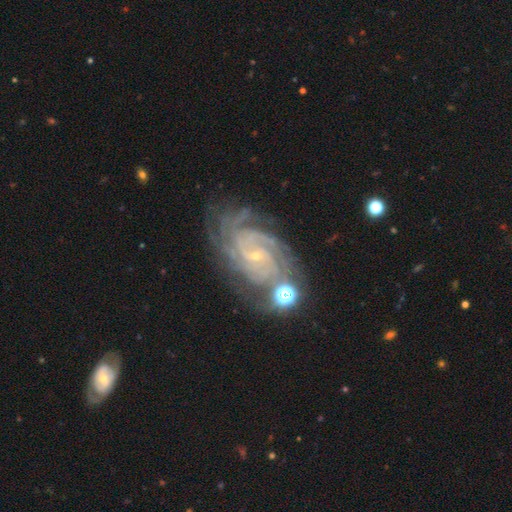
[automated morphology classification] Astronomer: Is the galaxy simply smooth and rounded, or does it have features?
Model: featured or disk — 88%.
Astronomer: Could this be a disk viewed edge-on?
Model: no — 97%.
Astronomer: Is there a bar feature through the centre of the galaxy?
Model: no — 59%.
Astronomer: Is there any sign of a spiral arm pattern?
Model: yes — 98%.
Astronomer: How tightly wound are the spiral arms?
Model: tight — 74%.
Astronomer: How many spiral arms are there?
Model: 4 — 25% (runner-up: can't tell, 20%).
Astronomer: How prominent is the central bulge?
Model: small — 84%.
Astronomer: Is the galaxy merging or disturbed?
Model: none — 66%.